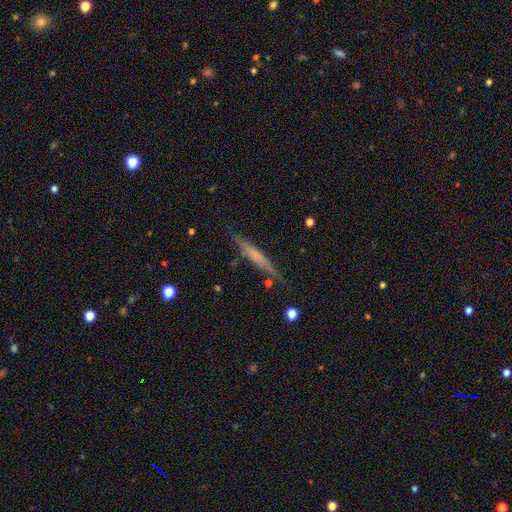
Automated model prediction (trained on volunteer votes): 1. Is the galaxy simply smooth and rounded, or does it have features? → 48% featured or disk, 46% smooth, 6% star or artifact.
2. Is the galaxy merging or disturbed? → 84% none, 12% minor disturbance, 2% major disturbance, 2% merger.